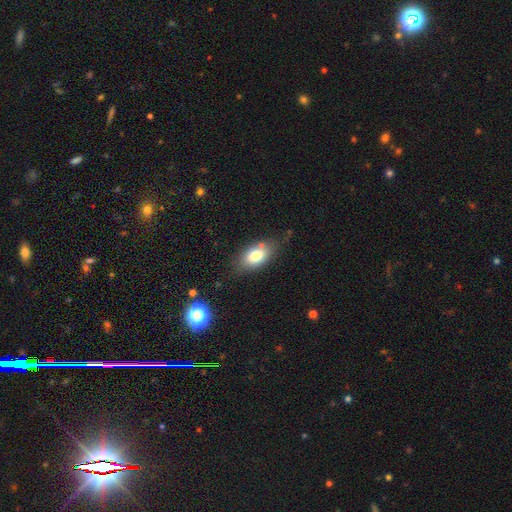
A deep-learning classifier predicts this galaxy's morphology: The model was most divided on "merging": none: 70%, minor disturbance: 19%, merger: 6%, major disturbance: 5%. More confident: how rounded — in between (89%); smooth or featured — smooth (78%).